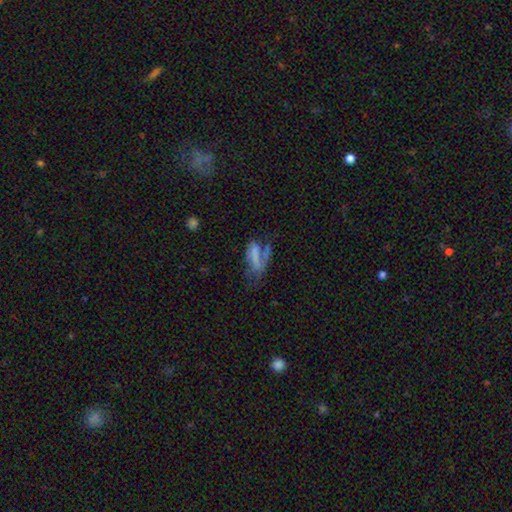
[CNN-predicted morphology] A smooth galaxy with no disk features (47%).

Vote fractions:
- Smooth or featured? smooth: 47% / featured or disk: 39% / star or artifact: 14%
- Merging? major disturbance: 44% / none: 25% / minor disturbance: 19% / merger: 12%